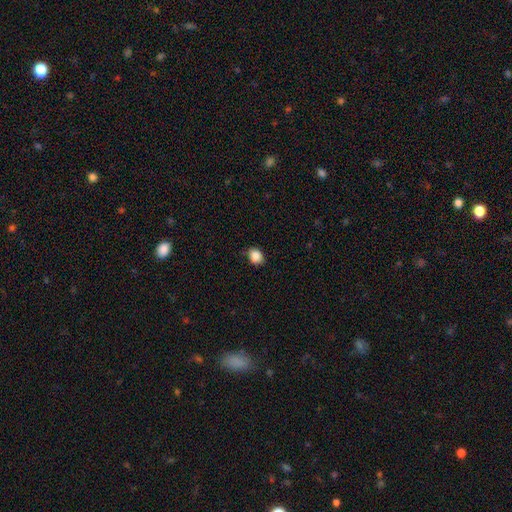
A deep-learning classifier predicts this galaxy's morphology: smooth_or_featured: smooth (p=0.86) [alt: star or artifact p=0.09]
how_rounded: round (p=0.56) [alt: in between p=0.43]
merging: none (p=0.76) [alt: minor disturbance p=0.19]